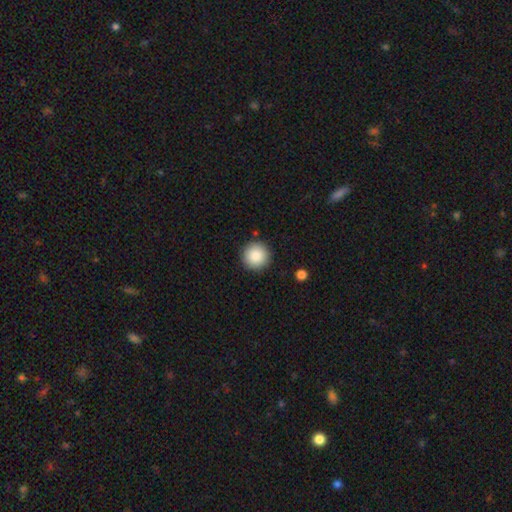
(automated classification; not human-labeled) The model was most divided on "smooth or featured": smooth: 87%, star or artifact: 8%, featured or disk: 5%. More confident: how rounded — round (96%); merging — none (91%).